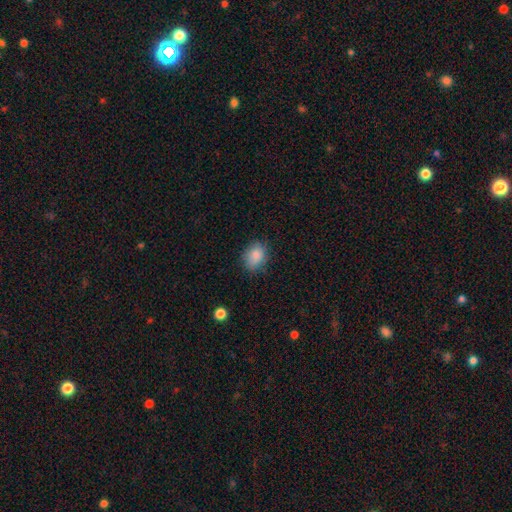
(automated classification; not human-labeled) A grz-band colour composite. It shows a smooth galaxy with no disk features (84%) that is in between round and cigar-shaped (70%). Merging: none (77%).